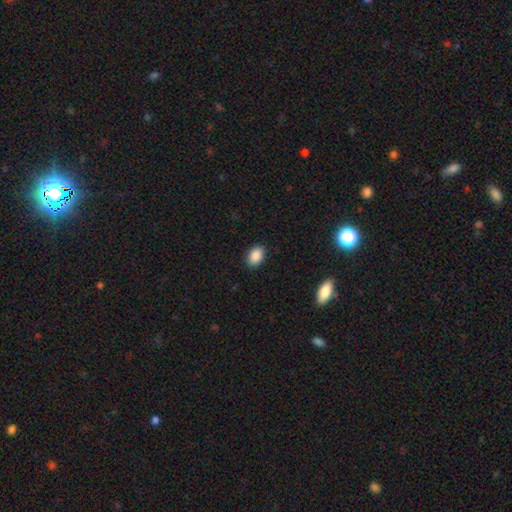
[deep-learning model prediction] A smooth galaxy with no disk features (89%) that is in between round and cigar-shaped (83%). Merging: none (88%).